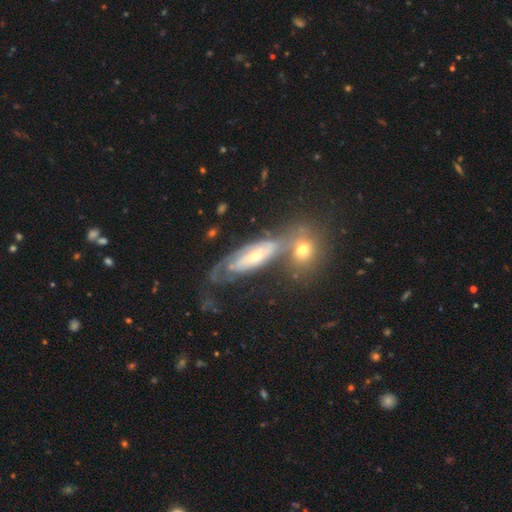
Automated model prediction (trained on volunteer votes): smooth-or-featured: featured or disk: 63% | smooth: 27% | star or artifact: 10%
  disk-edge-on: no: 69% | yes: 31%
  merging: none: 41% | merger: 37% | minor disturbance: 14% | major disturbance: 8%